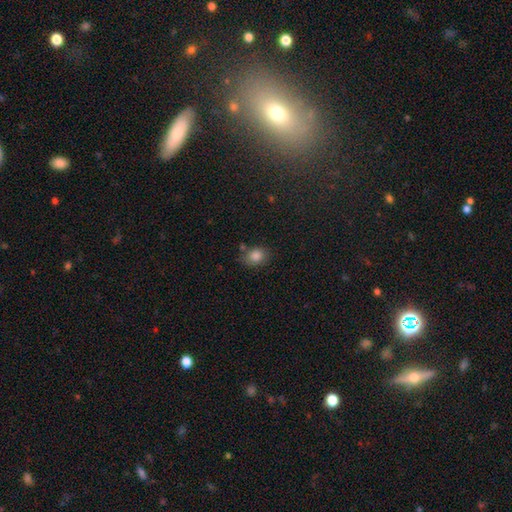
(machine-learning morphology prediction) Smooth or featured?
  - smooth: 84% *
  - star or artifact: 10%
  - featured or disk: 6%
How rounded?
  - in between: 57% *
  - round: 42%
  - cigar-shaped: 1%
Merging?
  - none: 67% *
  - minor disturbance: 21%
  - merger: 7%
  - major disturbance: 5%